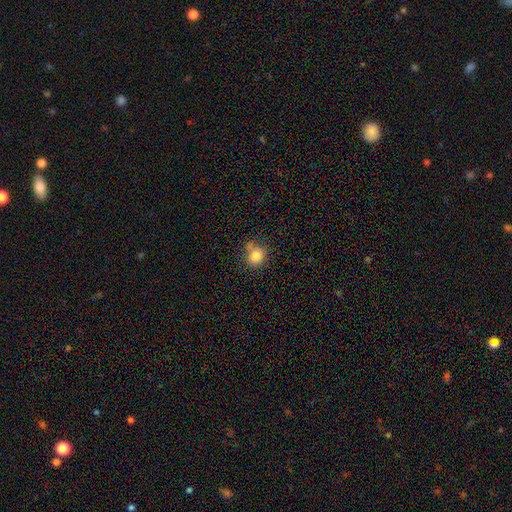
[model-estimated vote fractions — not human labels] Morphology: type=smooth (83%); roundness=round (77%); merging=none (61%).